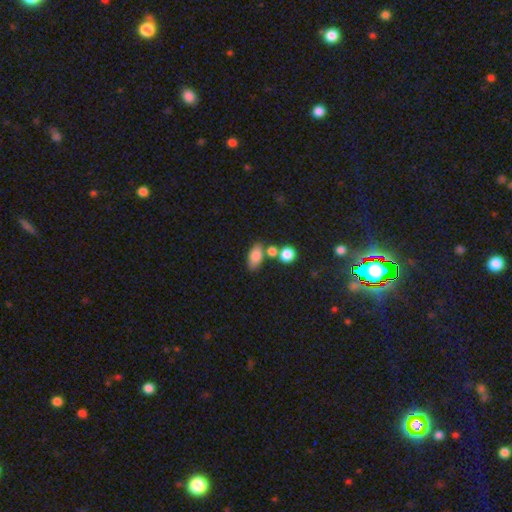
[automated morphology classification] type=smooth (81%); roundness=in between (86%); merging=none (59%).